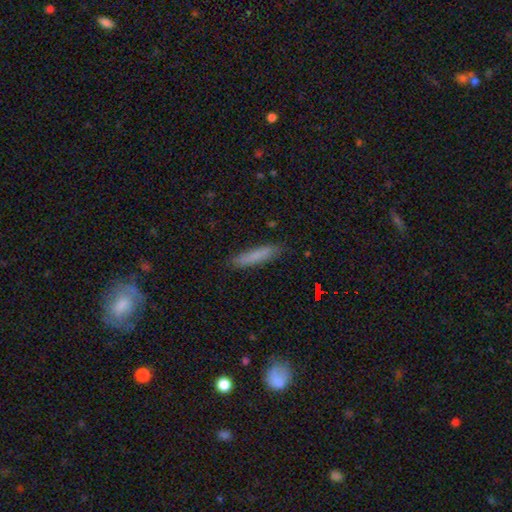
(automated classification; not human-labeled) This is clearly a smooth galaxy (81%). How rounded: clearly cigar-shaped (89%). Merging: clearly none (86%).